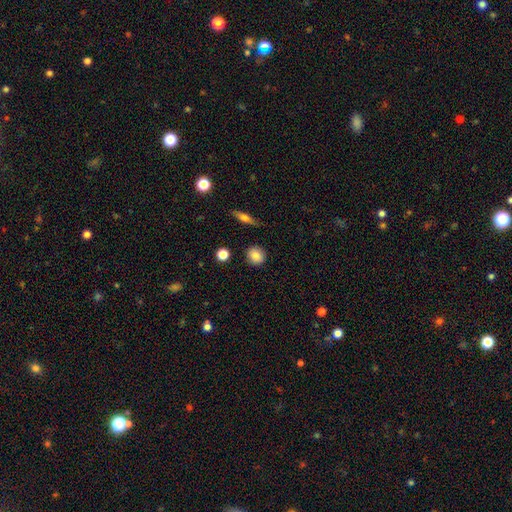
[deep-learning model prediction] This appears to be a smooth galaxy with no disk features (84%) that is round (85%). Merging: none (89%).